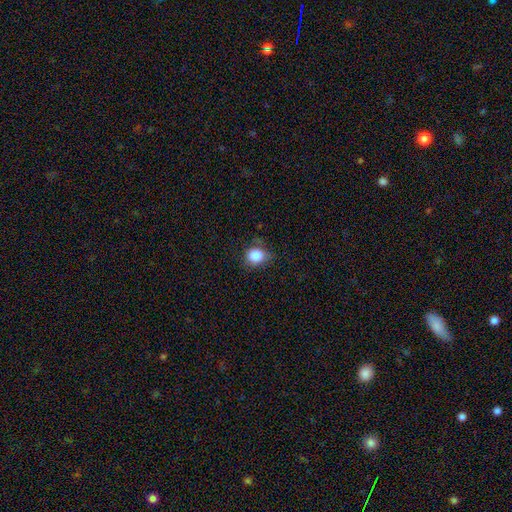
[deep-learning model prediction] A smooth galaxy with no disk features (85%) that is round (60%).

Vote fractions:
- Smooth or featured? smooth: 85% / star or artifact: 10% / featured or disk: 5%
- How rounded? round: 60% / in between: 39% / cigar-shaped: 1%
- Merging? none: 70% / minor disturbance: 23% / major disturbance: 6% / merger: 2%